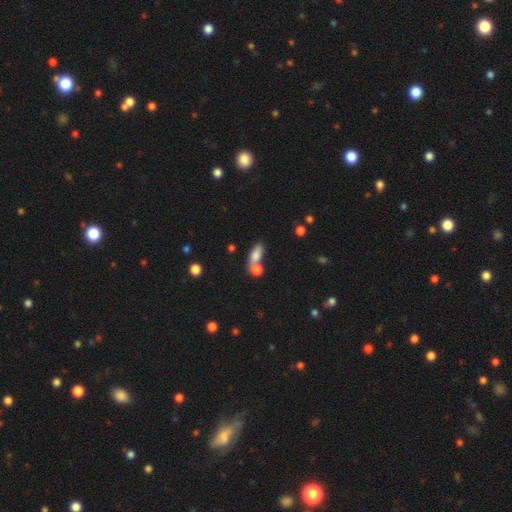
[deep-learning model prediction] Smooth or featured? Predicted: smooth (p=0.80). How rounded? Predicted: in between (p=0.75). Merging? Predicted: merger (p=0.45).